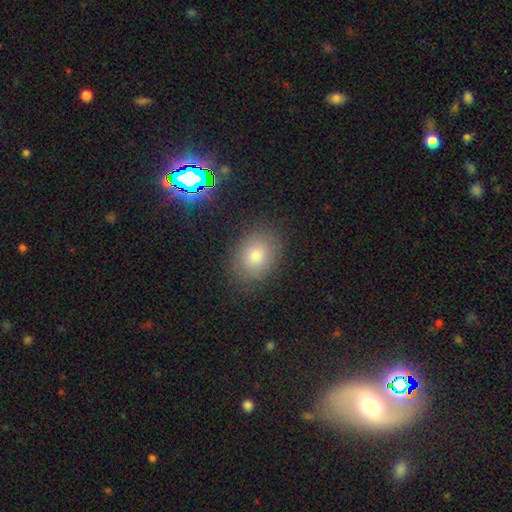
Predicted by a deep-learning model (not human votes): This appears to be a smooth galaxy with no disk features (74%) that is in between round and cigar-shaped (61%). Merging: none (83%).